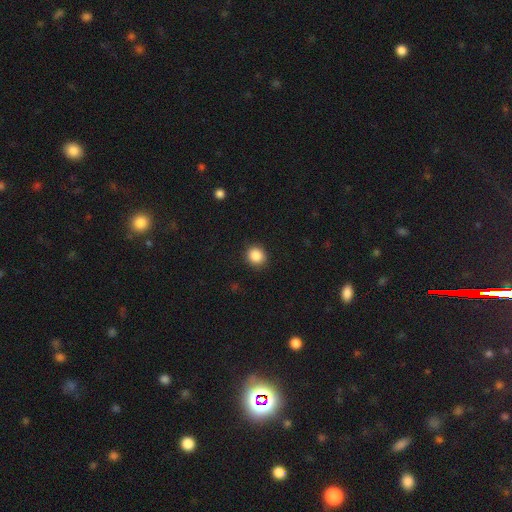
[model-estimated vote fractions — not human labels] Morphology: type=smooth (87%); roundness=round (84%); merging=none (90%).